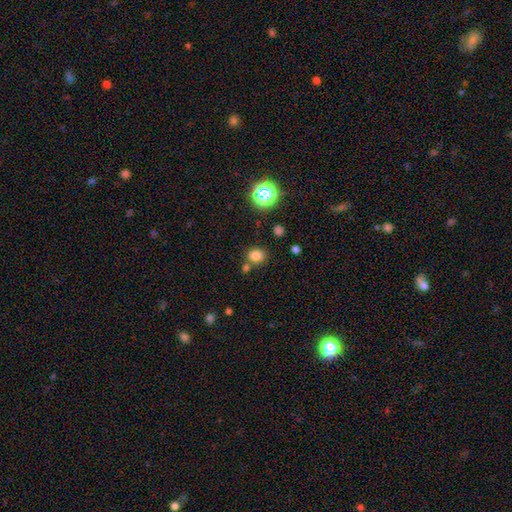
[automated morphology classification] smooth 77%, star or artifact 17%, featured or disk 6%. Down the decision tree: how rounded — round (70%); merging — none (71%).